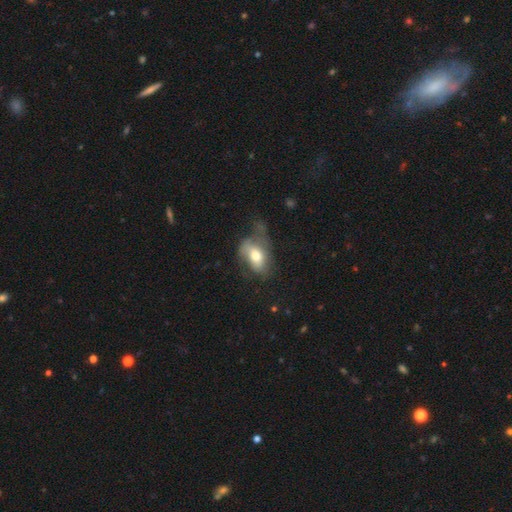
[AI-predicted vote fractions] Smooth or featured? smooth (59%)
How rounded? in between (87%)
Merging? major disturbance (39%)